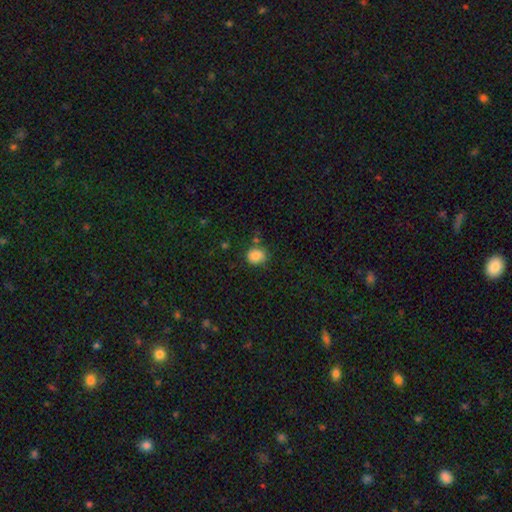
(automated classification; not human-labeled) smooth 86%, star or artifact 10%, featured or disk 5%. Down the decision tree: how rounded — round (67%); merging — none (69%).